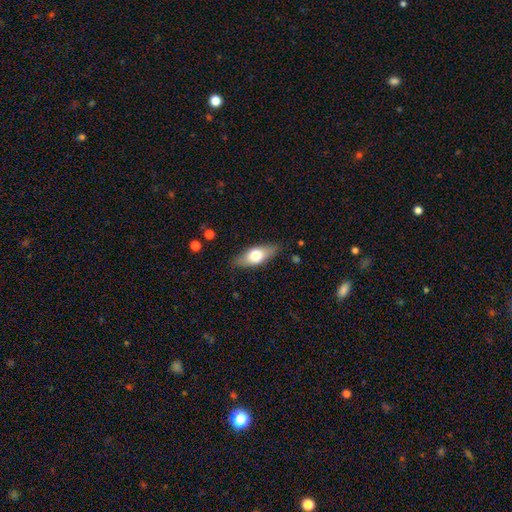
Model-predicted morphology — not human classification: A smooth galaxy with no disk features (60%) that is in between round and cigar-shaped (76%).

Vote fractions:
- Smooth or featured? smooth: 60% / featured or disk: 34% / star or artifact: 6%
- How rounded? in between: 76% / cigar-shaped: 20% / round: 4%
- Merging? none: 83% / minor disturbance: 13% / major disturbance: 3% / merger: 1%